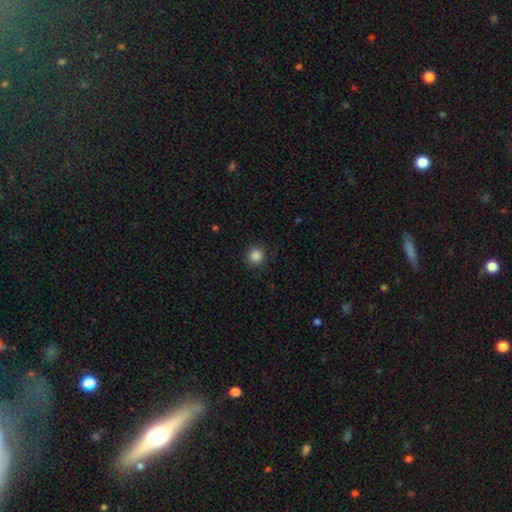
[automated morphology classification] Smooth or featured: smooth — 86% (star or artifact — 11%)
How rounded: round — 92% (in between — 7%)
Merging: none — 90% (minor disturbance — 7%)